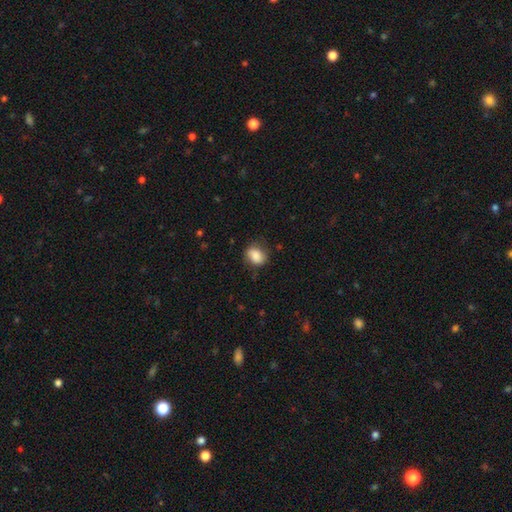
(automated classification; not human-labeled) Morphology: type=smooth (82%); roundness=in between (59%); merging=none (69%).